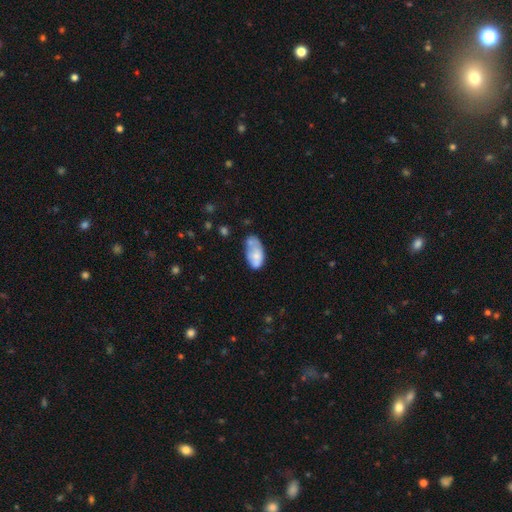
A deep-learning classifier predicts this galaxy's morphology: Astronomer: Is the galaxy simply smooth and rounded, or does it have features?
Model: smooth — 67%.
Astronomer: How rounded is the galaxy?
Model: in between — 93%.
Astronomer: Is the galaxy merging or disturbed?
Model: none — 33% (runner-up: minor disturbance, 28%).